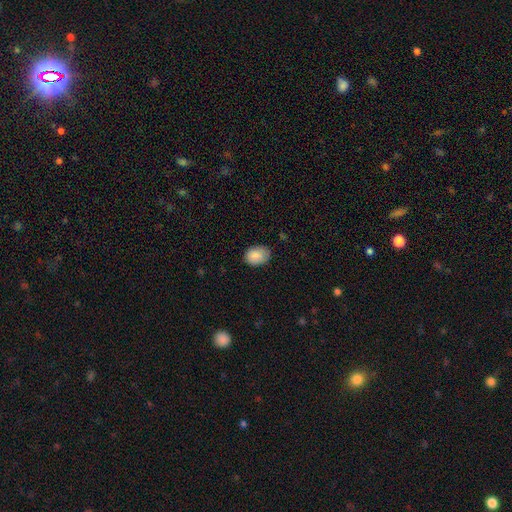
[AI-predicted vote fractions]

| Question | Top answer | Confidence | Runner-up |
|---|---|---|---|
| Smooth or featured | smooth | 87% | star or artifact (7%) |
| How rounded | in between | 74% | round (25%) |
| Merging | none | 76% | minor disturbance (20%) |